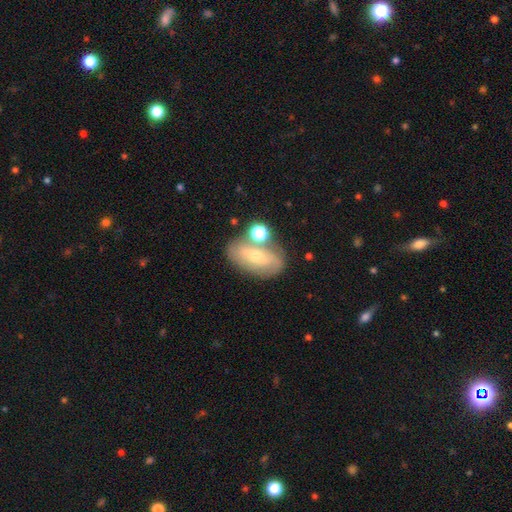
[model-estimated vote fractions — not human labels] Q: Smooth or featured?
A: featured or disk (51%); runner-up: smooth (39%)
Q: Edge-on disk?
A: no (86%); runner-up: yes (14%)
Q: Merging?
A: none (60%); runner-up: merger (19%)